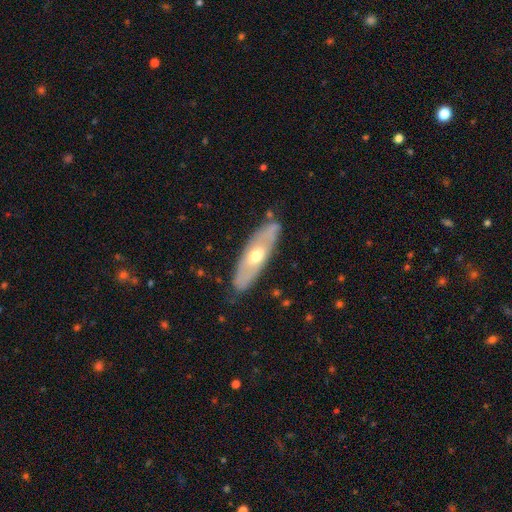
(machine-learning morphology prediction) Overall: featured or disk (54%; smooth 40%). Edge-on disk: no (64%; yes 36%). Merging: none (81%).